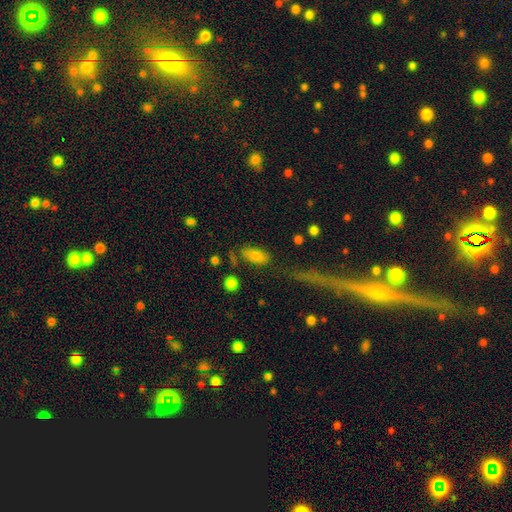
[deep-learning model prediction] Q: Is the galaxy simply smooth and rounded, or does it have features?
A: smooth — 81%.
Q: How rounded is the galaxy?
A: in between — 86%.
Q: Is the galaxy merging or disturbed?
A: none — 67%.